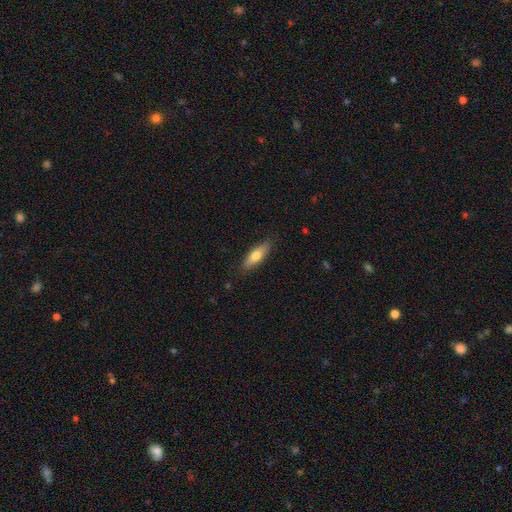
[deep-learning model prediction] smooth 67%, featured or disk 27%, star or artifact 6%. Down the decision tree: how rounded — in between (49%); merging — none (86%).